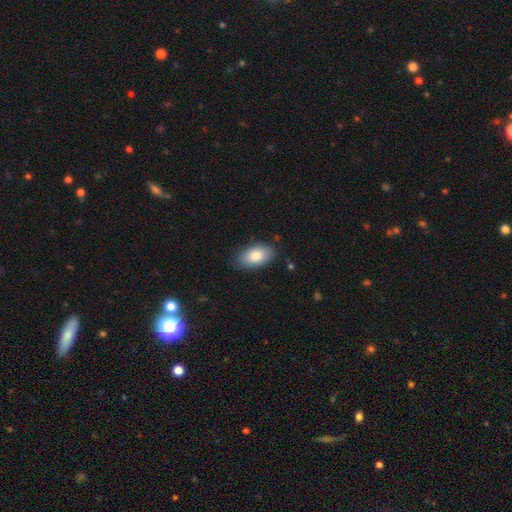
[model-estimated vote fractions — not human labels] This is clearly a smooth galaxy (82%). How rounded: clearly in between (93%). Merging: clearly none (81%).